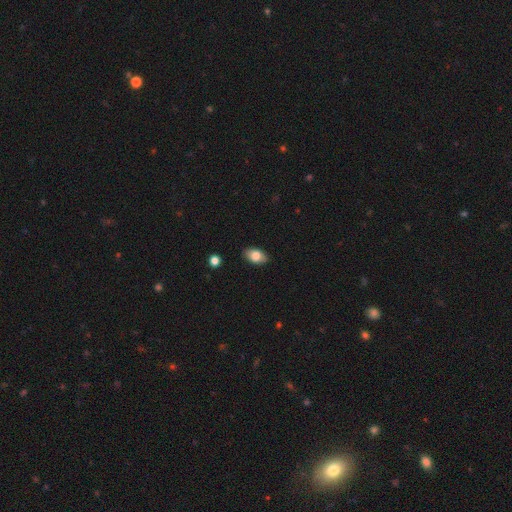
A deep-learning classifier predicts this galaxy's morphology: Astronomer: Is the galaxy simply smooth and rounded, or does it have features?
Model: smooth — 81%.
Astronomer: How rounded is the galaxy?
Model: in between — 90%.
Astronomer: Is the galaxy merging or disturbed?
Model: none — 86%.